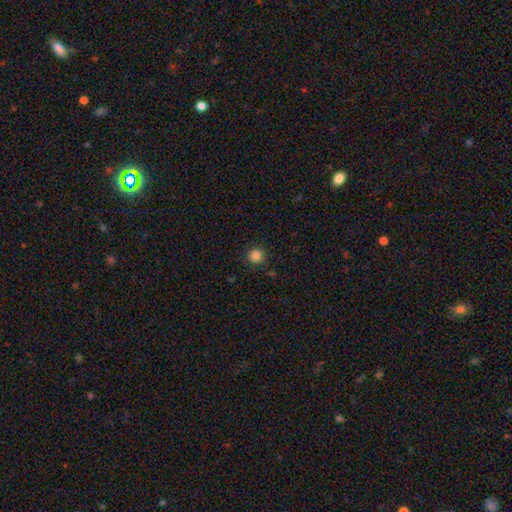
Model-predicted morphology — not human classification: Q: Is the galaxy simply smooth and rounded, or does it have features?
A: smooth — 85%.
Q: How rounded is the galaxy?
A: round — 93%.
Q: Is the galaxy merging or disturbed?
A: none — 89%.